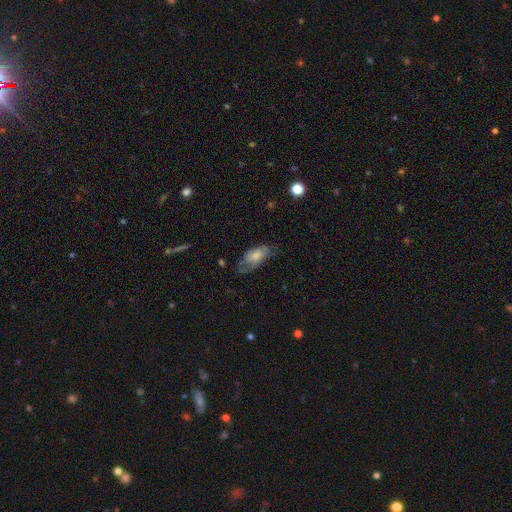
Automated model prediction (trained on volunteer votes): The model was most divided on "smooth or featured": smooth: 55%, featured or disk: 38%, star or artifact: 7%. Remaining: how rounded — in between (88%); merging — none (49%).